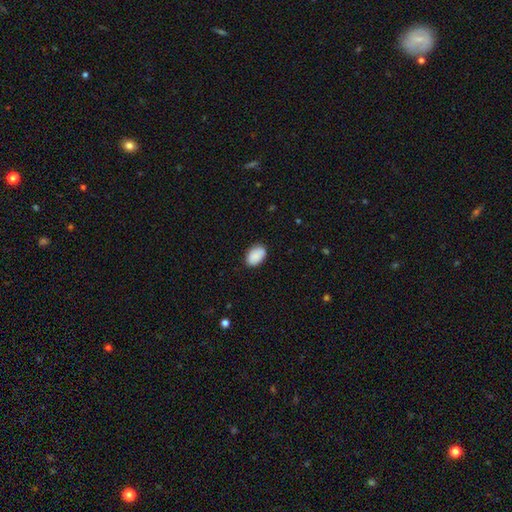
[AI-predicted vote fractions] smooth 89%, star or artifact 7%, featured or disk 5%. Down the decision tree: how rounded — in between (90%); merging — none (81%).